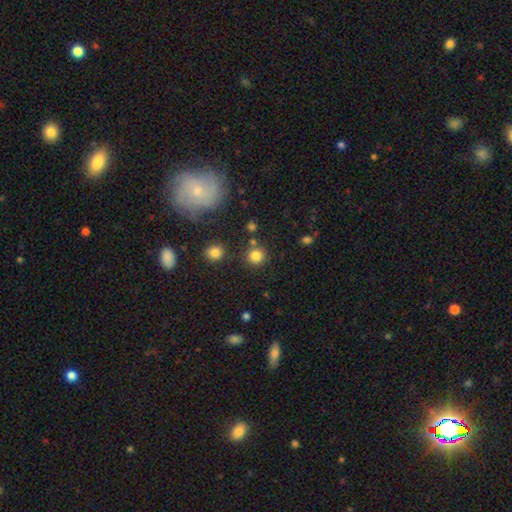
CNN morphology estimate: Smooth or featured? smooth (83%)
How rounded? round (92%)
Merging? none (80%)